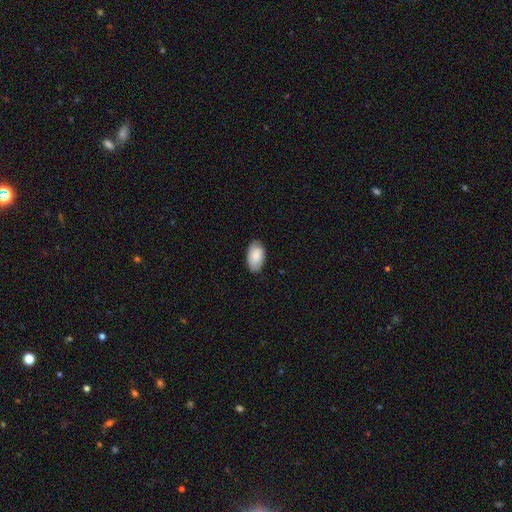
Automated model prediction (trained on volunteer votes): The model was most divided on "merging": none: 80%, minor disturbance: 16%, major disturbance: 3%, merger: 1%. More confident: how rounded — in between (95%); smooth or featured — smooth (84%).